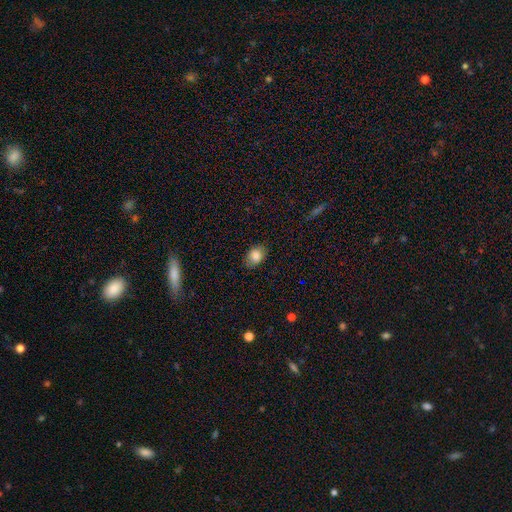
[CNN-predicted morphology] type=smooth (84%); roundness=in between (70%); merging=none (83%).